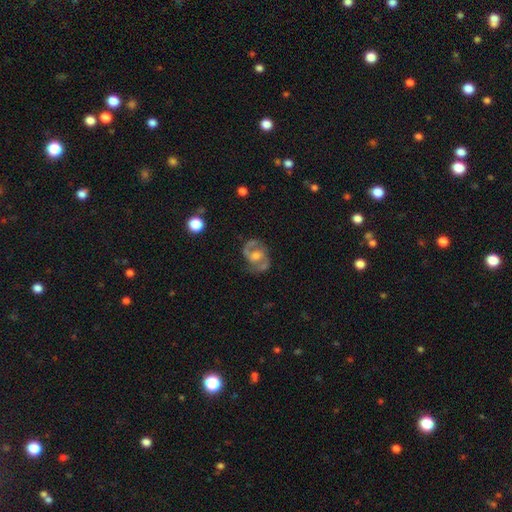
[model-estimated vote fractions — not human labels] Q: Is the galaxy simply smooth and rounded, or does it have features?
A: featured or disk — 80%.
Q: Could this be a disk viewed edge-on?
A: no — 97%.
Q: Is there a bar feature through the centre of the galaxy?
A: no — 46%.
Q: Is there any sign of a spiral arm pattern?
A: yes — 91%.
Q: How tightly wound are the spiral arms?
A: medium — 56%.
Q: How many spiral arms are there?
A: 2 — 88%.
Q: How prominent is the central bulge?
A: moderate — 51%.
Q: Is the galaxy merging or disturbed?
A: none — 74%.